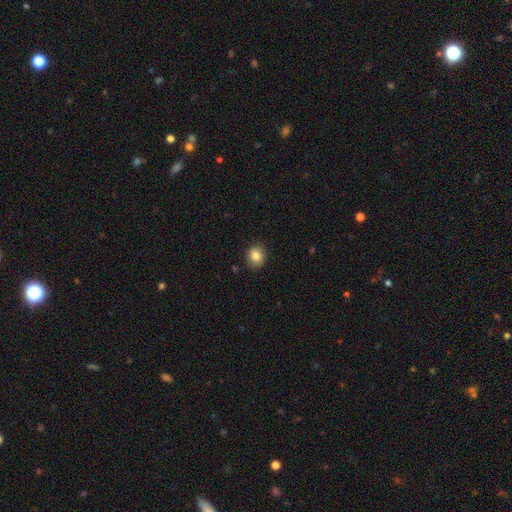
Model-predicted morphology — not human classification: Smooth or featured? Predicted: smooth (p=0.84). How rounded? Predicted: round (p=0.68). Merging? Predicted: none (p=0.88).